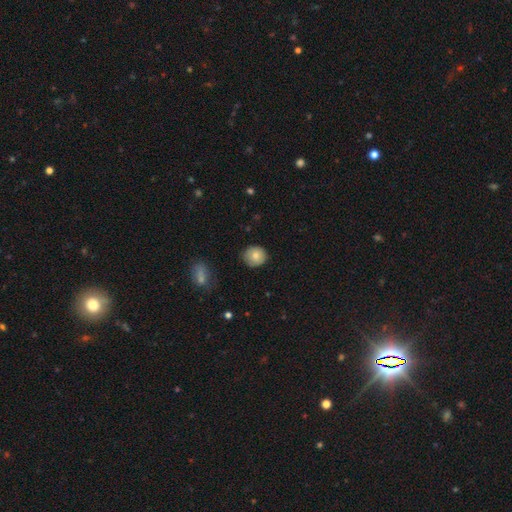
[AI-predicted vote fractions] Smooth or featured? smooth (79%)
How rounded? round (86%)
Merging? none (83%)